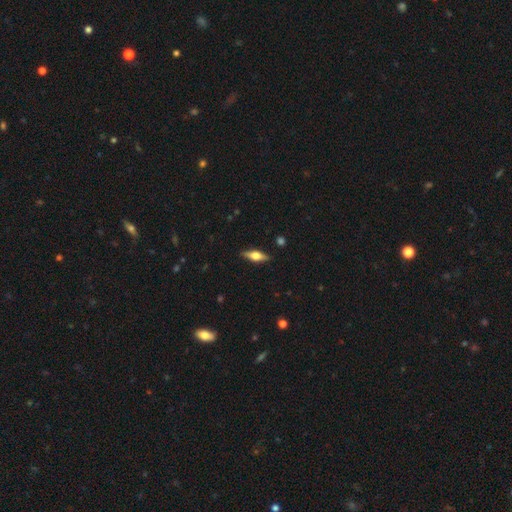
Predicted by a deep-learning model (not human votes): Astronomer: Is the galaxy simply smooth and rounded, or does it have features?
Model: featured or disk — 60%.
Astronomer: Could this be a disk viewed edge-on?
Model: yes — 95%.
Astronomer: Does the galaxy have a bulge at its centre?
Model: rounded — 91%.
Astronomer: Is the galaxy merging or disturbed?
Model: none — 88%.